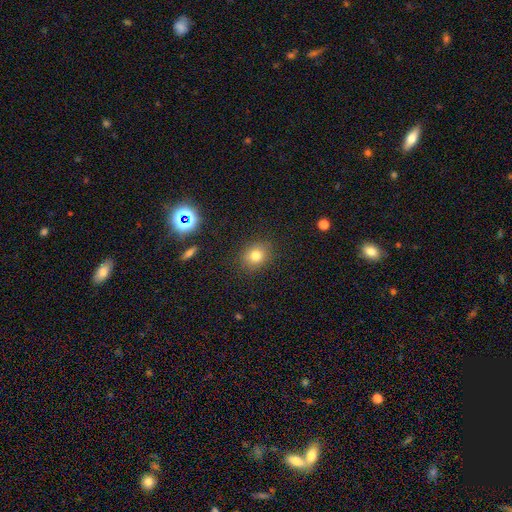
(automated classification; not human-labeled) A smooth galaxy with no disk features (78%) that is round (62%). Merging: none (86%).